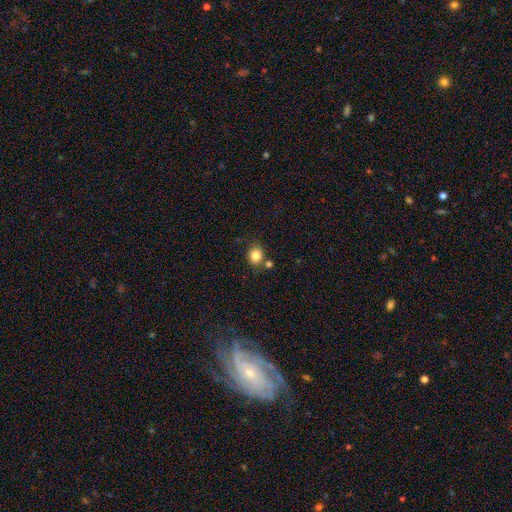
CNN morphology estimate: The model was most divided on "how rounded": round: 66%, in between: 33%, cigar-shaped: 1%. More confident: smooth or featured — smooth (84%); merging — none (72%).